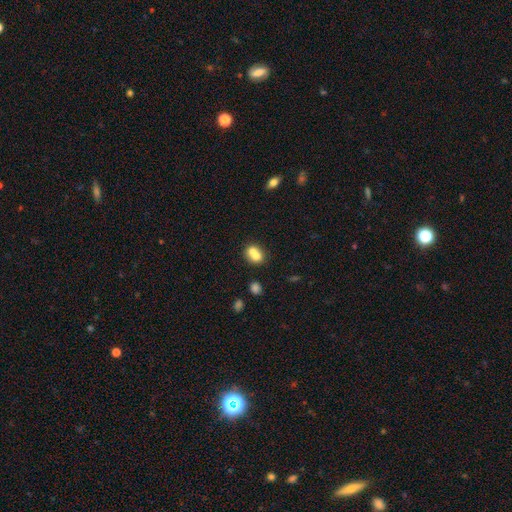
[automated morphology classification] type=smooth (70%); roundness=round (55%); merging=merger (66%).